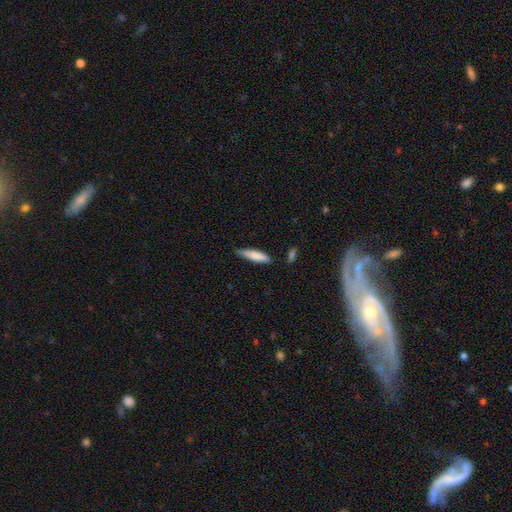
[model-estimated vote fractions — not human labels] smooth_or_featured: smooth (p=0.79) [alt: featured or disk p=0.15]
how_rounded: cigar-shaped (p=0.74) [alt: in between p=0.25]
merging: none (p=0.73) [alt: minor disturbance p=0.20]